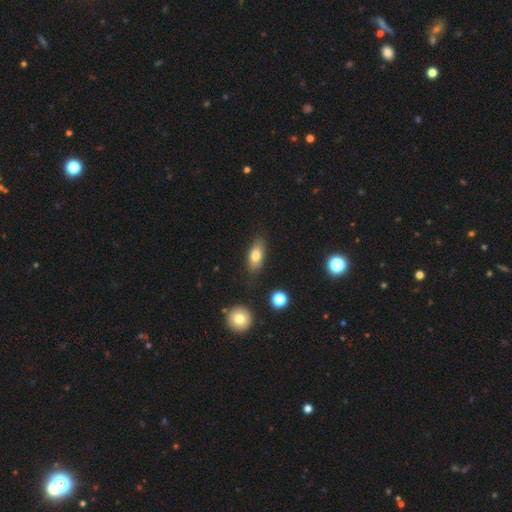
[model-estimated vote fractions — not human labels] Smooth or featured: smooth — 75% (featured or disk — 16%)
How rounded: in between — 81% (cigar-shaped — 12%)
Merging: none — 79% (minor disturbance — 15%)